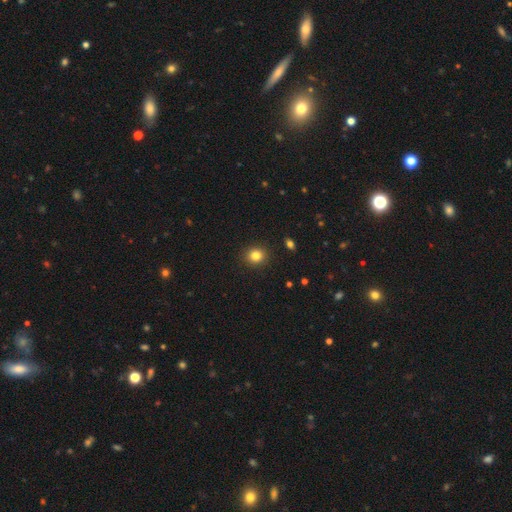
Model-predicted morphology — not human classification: Smooth or featured? smooth (83%)
How rounded? round (84%)
Merging? none (92%)